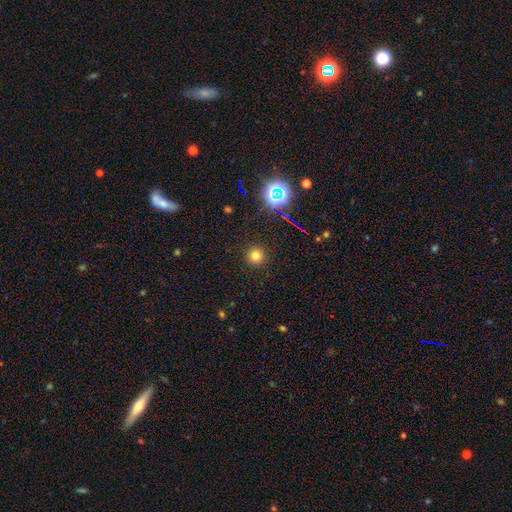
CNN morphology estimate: Q: Smooth or featured?
A: smooth (74%); runner-up: star or artifact (20%)
Q: How rounded?
A: round (95%); runner-up: in between (4%)
Q: Merging?
A: none (91%); runner-up: minor disturbance (5%)